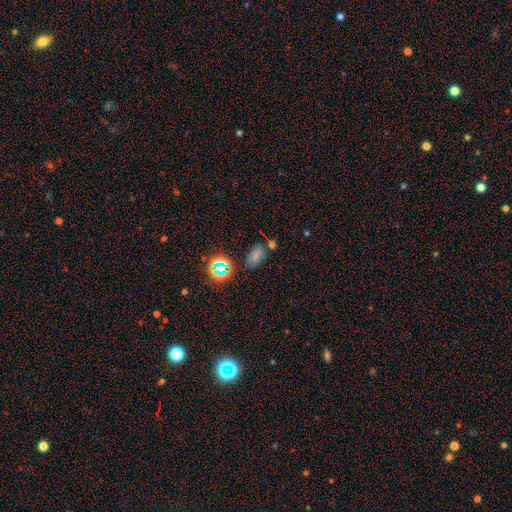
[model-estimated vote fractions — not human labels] A smooth galaxy with no disk features (58%) that is in between round and cigar-shaped (87%).

Vote fractions:
- Smooth or featured? smooth: 58% / star or artifact: 29% / featured or disk: 13%
- How rounded? in between: 87% / round: 11% / cigar-shaped: 3%
- Merging? none: 57% / minor disturbance: 21% / merger: 14% / major disturbance: 8%